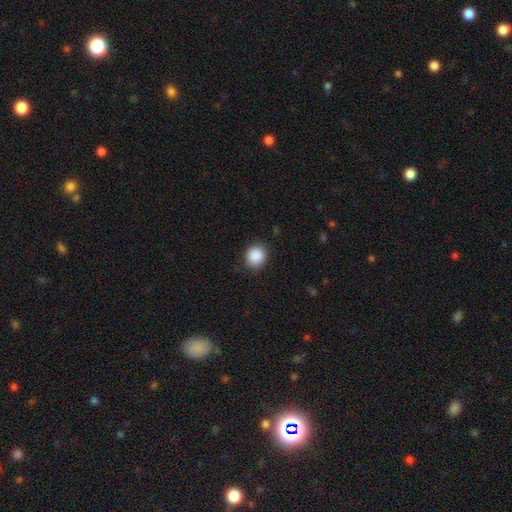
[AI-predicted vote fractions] Q: Smooth or featured?
A: smooth (89%); runner-up: star or artifact (8%)
Q: How rounded?
A: round (82%); runner-up: in between (17%)
Q: Merging?
A: none (88%); runner-up: minor disturbance (9%)